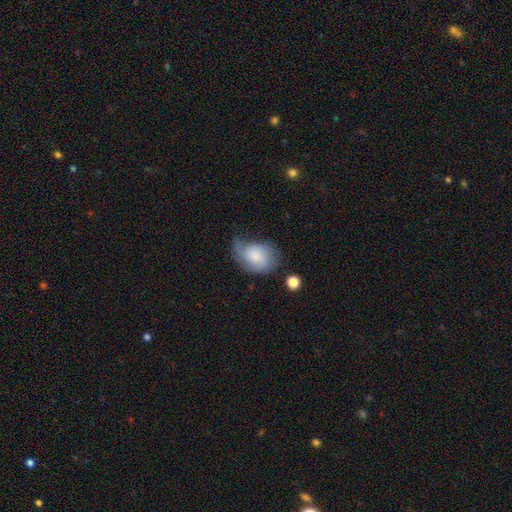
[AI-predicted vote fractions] smooth_or_featured: smooth (p=0.56) [alt: featured or disk p=0.36]
how_rounded: in between (p=0.74) [alt: round p=0.24]
merging: minor disturbance (p=0.36) [alt: none p=0.34]